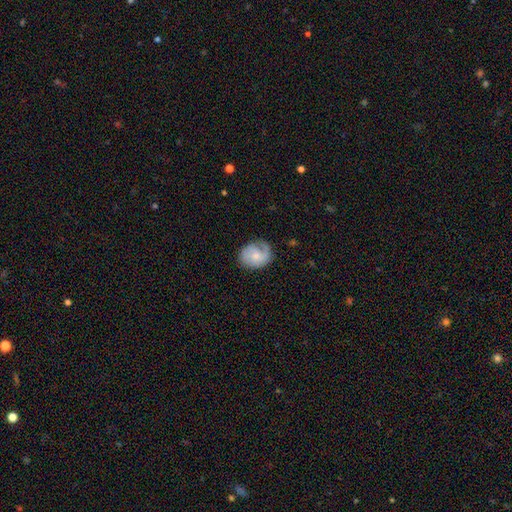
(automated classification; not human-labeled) This appears to be a featured or disk galaxy (56%) with no bar (72%), spiral arms (89%) and a small central bulge (55%). Merging: none (62%).